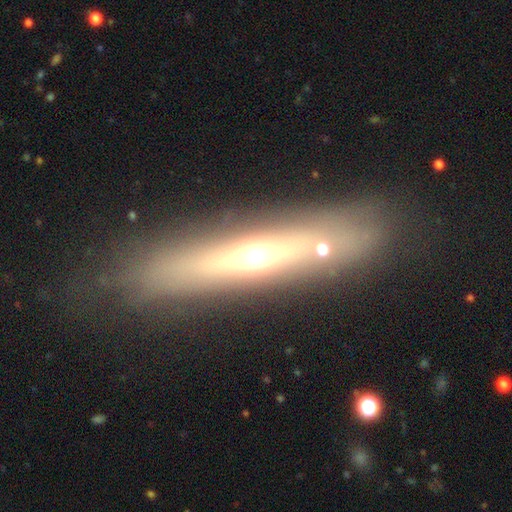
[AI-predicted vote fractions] Morphology: type=featured or disk (56%); edge-on=yes (78%); merging=none (79%).